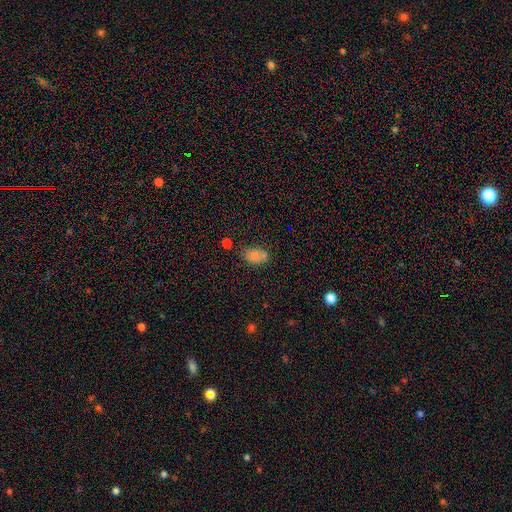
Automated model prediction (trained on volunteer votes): Morphology: type=smooth (76%); roundness=in between (85%); merging=none (60%).